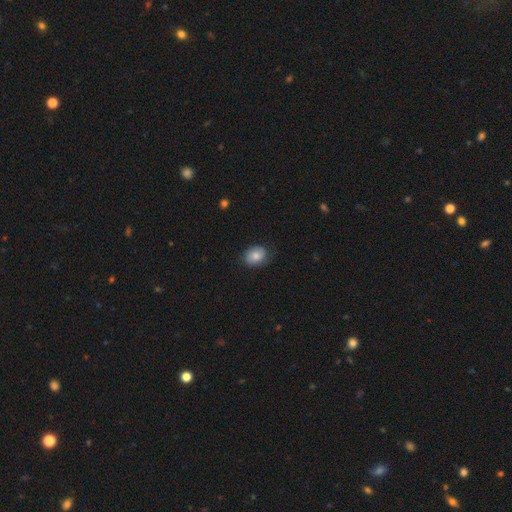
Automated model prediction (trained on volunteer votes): This appears to be a smooth galaxy with no disk features (70%) that is in between round and cigar-shaped (57%). Merging: none (72%).